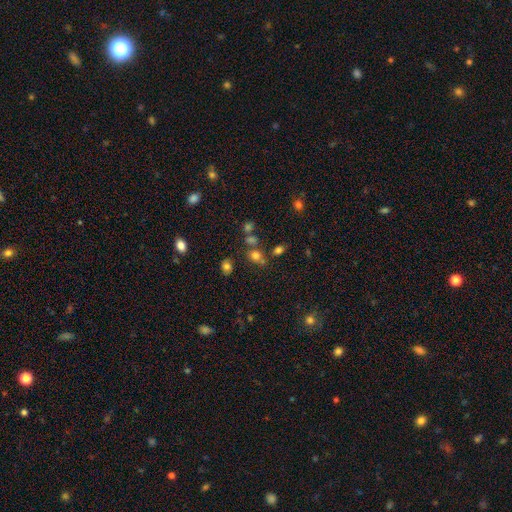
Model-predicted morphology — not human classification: smooth_or_featured: smooth (p=0.71) [alt: star or artifact p=0.20]
how_rounded: round (p=0.61) [alt: in between p=0.37]
merging: none (p=0.62) [alt: merger p=0.19]